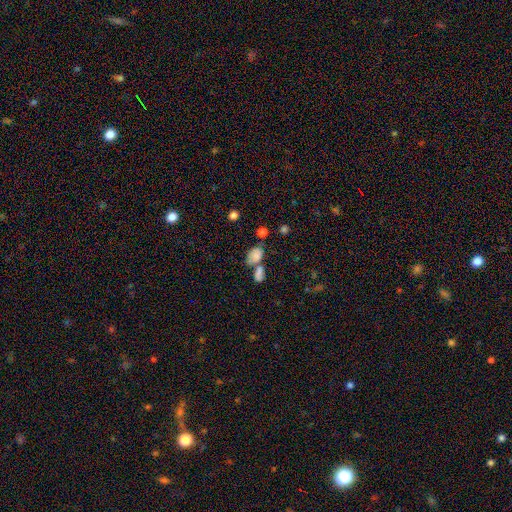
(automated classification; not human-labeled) The model was most divided on "merging": merger: 43%, none: 38%, minor disturbance: 13%, major disturbance: 7%. More confident: how rounded — in between (82%); smooth or featured — smooth (78%).